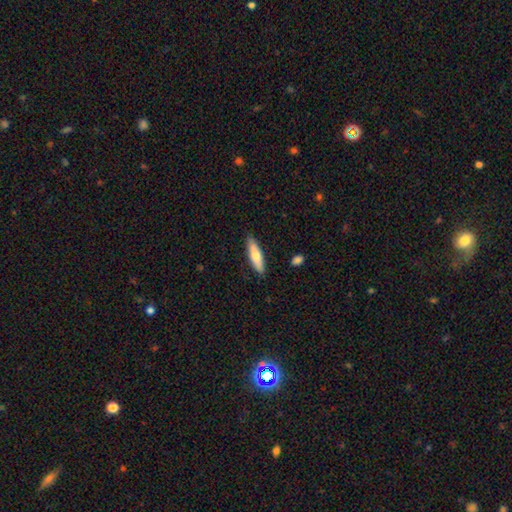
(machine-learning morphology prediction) smooth-or-featured: smooth: 71% | featured or disk: 23% | star or artifact: 6%
  how-rounded: cigar-shaped: 65% | in between: 34% | round: 2%
  merging: none: 86% | minor disturbance: 10% | major disturbance: 2% | merger: 2%